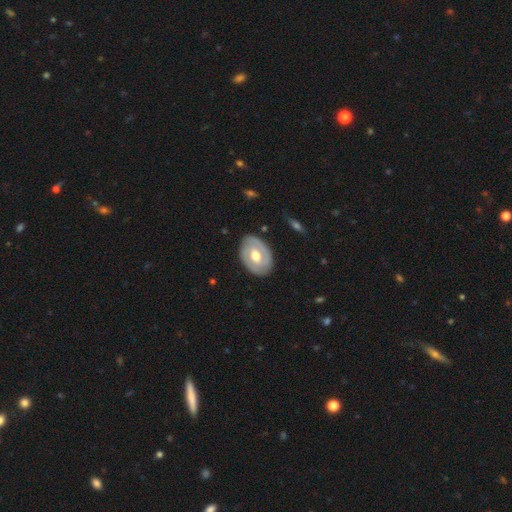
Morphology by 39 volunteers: Volunteers were most divided on "bar": no: 53%, weak: 44%, strong: 3%. More confident: edge-on disk — no (100%); bulge size — moderate (88%); smooth or featured — featured or disk (87%); spiral arm count — 2 (86%); merging — none (85%); spiral arms — yes (82%); spiral winding — tight (57%).